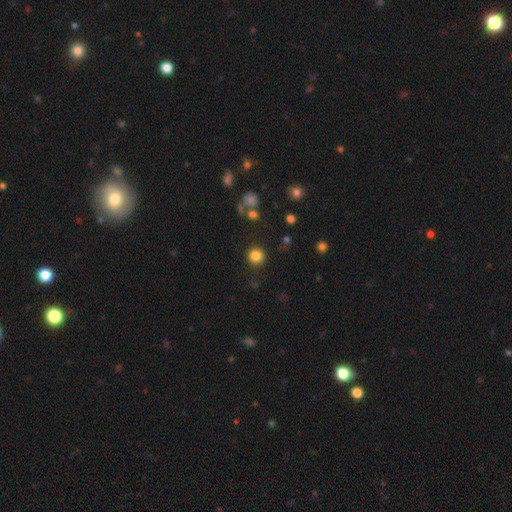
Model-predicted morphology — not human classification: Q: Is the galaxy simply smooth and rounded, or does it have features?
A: smooth — 84%.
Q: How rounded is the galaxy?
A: round — 94%.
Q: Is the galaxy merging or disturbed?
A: none — 88%.